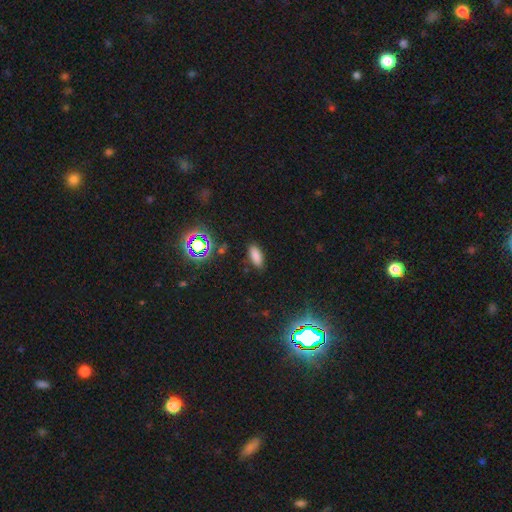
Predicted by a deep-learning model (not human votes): Smooth or featured?
  - smooth: 79% *
  - star or artifact: 16%
  - featured or disk: 5%
How rounded?
  - in between: 82% *
  - cigar-shaped: 15%
  - round: 3%
Merging?
  - none: 86% *
  - minor disturbance: 10%
  - major disturbance: 3%
  - merger: 2%